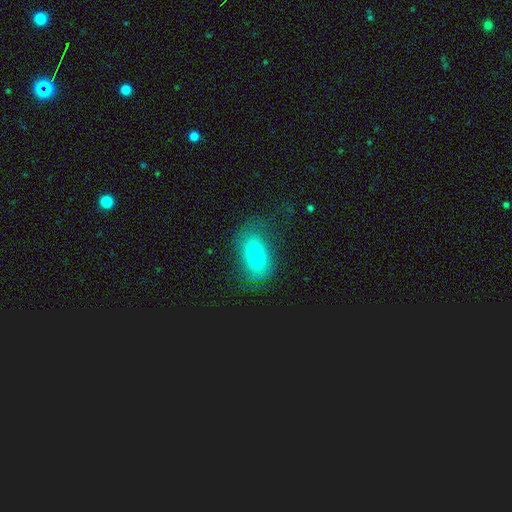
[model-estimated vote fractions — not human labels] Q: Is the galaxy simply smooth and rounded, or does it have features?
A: smooth — 64%.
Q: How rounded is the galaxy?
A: in between — 87%.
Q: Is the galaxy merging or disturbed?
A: none — 58%.